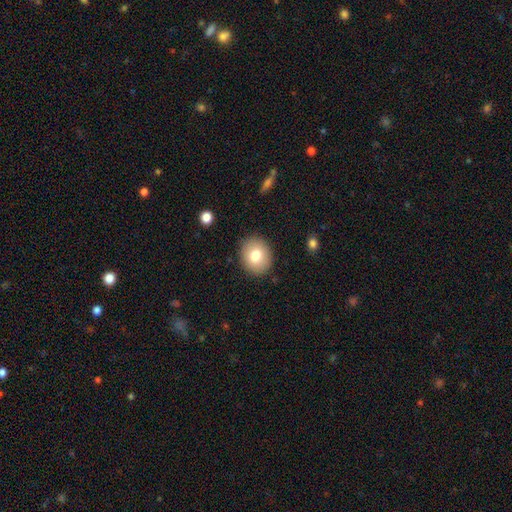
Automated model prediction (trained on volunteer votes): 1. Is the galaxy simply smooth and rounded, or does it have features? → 79% smooth, 13% featured or disk, 8% star or artifact.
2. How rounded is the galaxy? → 60% round, 39% in between, 1% cigar-shaped.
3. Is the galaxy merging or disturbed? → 89% none, 8% minor disturbance, 2% major disturbance, 1% merger.